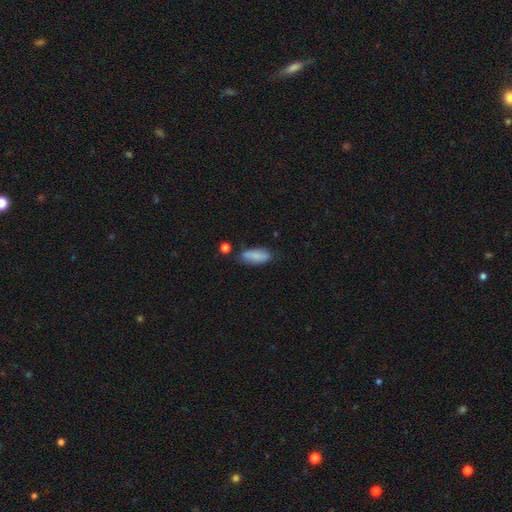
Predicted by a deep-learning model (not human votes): Overall: smooth (85%). How rounded: in between (69%; cigar-shaped 29%). Merging: none (74%).